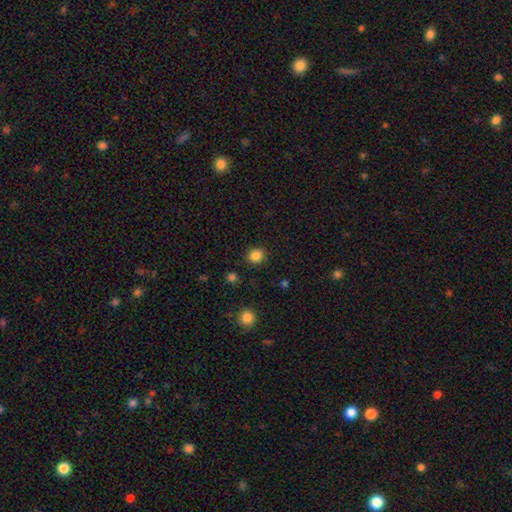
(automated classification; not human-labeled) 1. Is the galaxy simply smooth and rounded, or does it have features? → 85% smooth, 12% star or artifact, 4% featured or disk.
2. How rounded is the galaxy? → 86% round, 13% in between, 1% cigar-shaped.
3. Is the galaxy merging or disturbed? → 88% none, 7% minor disturbance, 2% major disturbance, 2% merger.